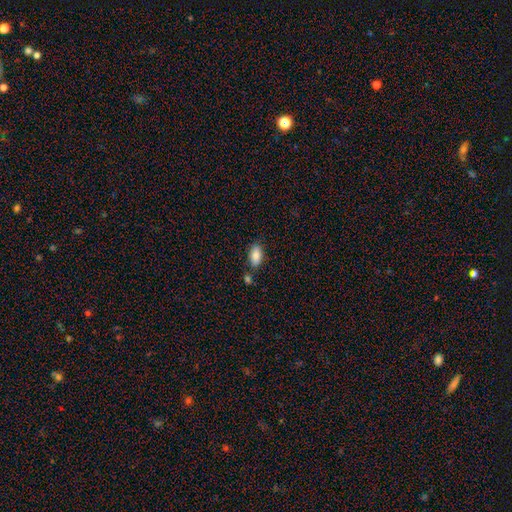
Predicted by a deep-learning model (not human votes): Smooth or featured? smooth (86%)
How rounded? in between (92%)
Merging? none (76%)